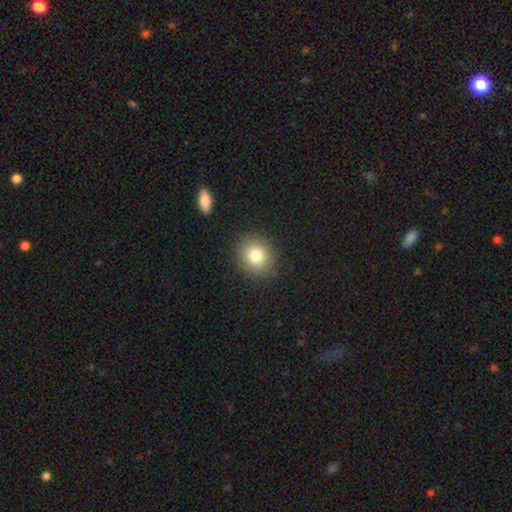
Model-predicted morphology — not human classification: This is likely a smooth galaxy (80%). How rounded: clearly round (81%). Merging: clearly none (88%).